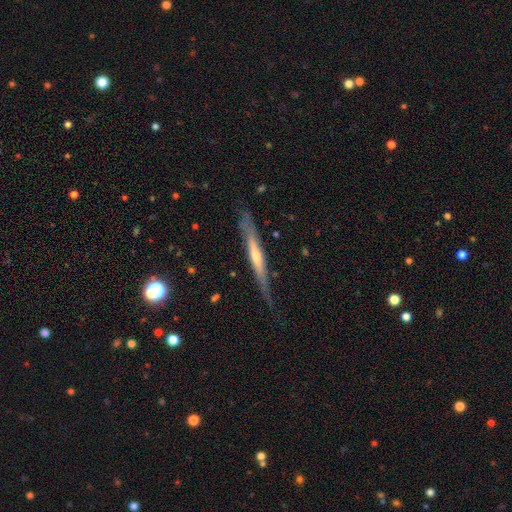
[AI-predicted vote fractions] The model was most divided on "edge-on bulge": rounded: 59%, none: 34%, boxy: 7%. More confident: edge-on disk — yes (95%); merging — none (81%); smooth or featured — featured or disk (71%).